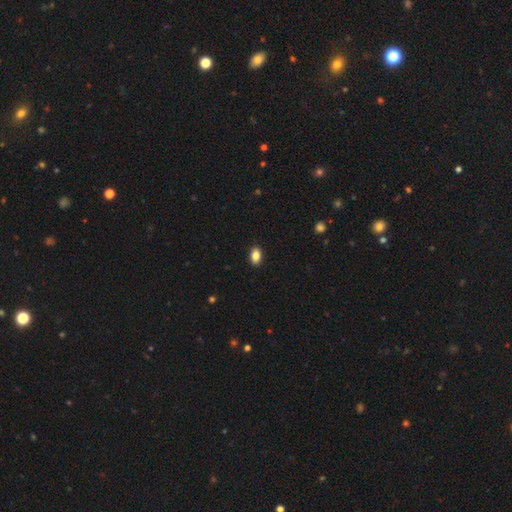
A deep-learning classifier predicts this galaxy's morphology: smooth-or-featured: smooth: 85% | star or artifact: 9% | featured or disk: 6%
  how-rounded: in between: 87% | round: 11% | cigar-shaped: 2%
  merging: none: 90% | minor disturbance: 7% | major disturbance: 2% | merger: 1%